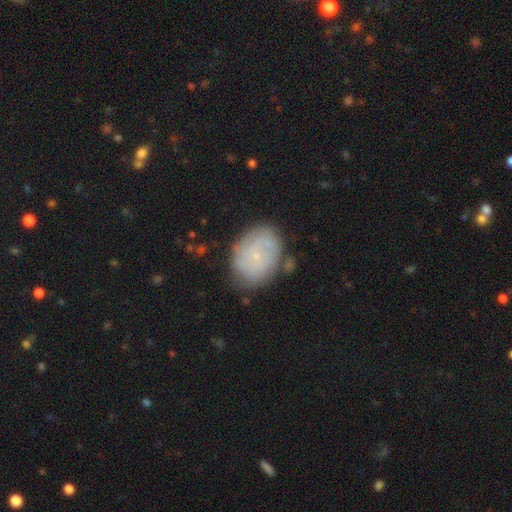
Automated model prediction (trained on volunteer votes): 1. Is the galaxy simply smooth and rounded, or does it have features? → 52% featured or disk, 39% smooth, 9% star or artifact.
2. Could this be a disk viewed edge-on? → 97% no, 3% yes.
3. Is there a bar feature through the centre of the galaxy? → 78% no, 19% weak, 3% strong.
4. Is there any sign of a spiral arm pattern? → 75% yes, 25% no.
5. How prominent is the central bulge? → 84% small, 9% moderate, 6% none, 1% large, 1% dominant.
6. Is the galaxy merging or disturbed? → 73% none, 19% minor disturbance, 5% major disturbance, 3% merger.